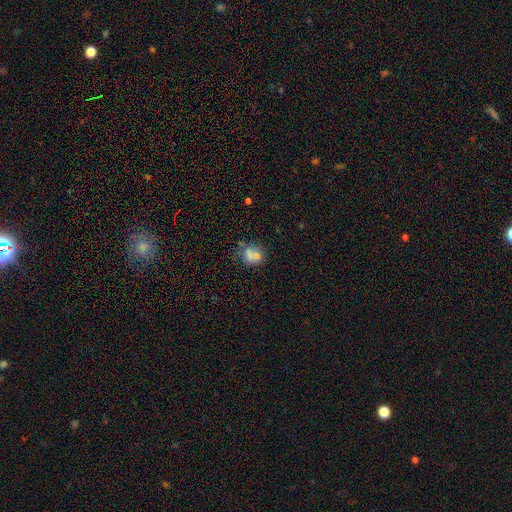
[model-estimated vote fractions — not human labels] This appears to be a smooth galaxy with no disk features (63%) that is round (68%). Merging: none (44%).